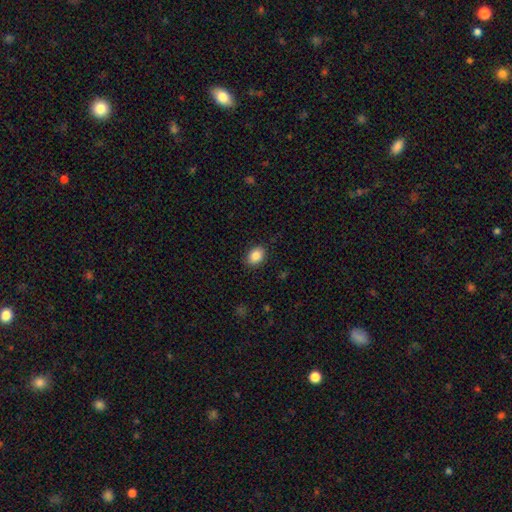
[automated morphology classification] smooth_or_featured: smooth (p=0.88) [alt: star or artifact p=0.08]
how_rounded: in between (p=0.74) [alt: round p=0.25]
merging: none (p=0.87) [alt: minor disturbance p=0.10]